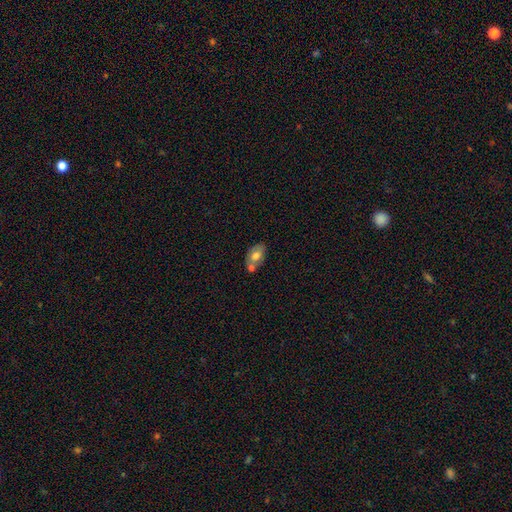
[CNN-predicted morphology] This is likely a smooth galaxy (67%). How rounded: clearly in between (87%). Merging: marginally none (42%).